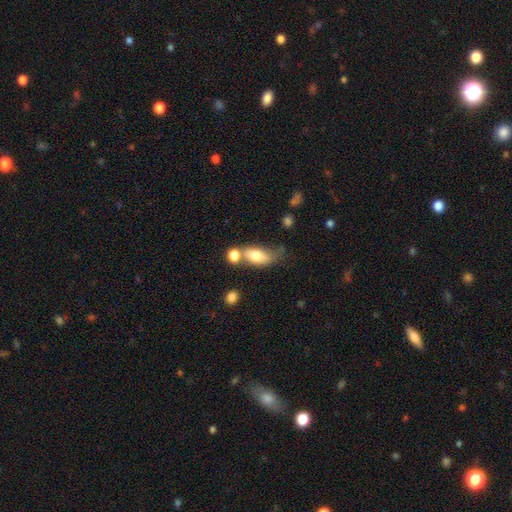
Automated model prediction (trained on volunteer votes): The model was most divided on "merging": merger: 37%, none: 31%, minor disturbance: 19%, major disturbance: 13%. More confident: how rounded — in between (84%); smooth or featured — smooth (72%).